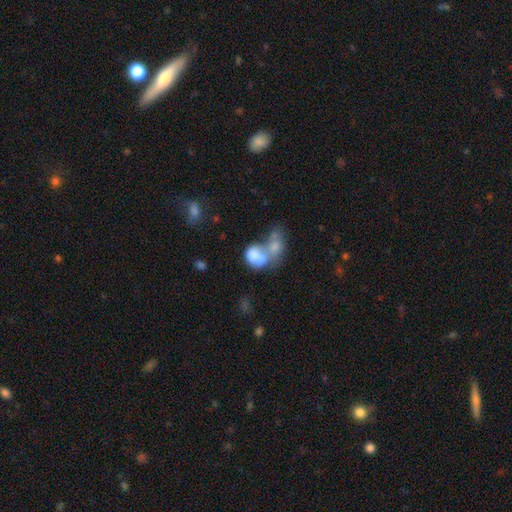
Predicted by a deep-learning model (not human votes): Overall: smooth (72%). How rounded: in between (65%; round 34%). Merging: merger (70%).